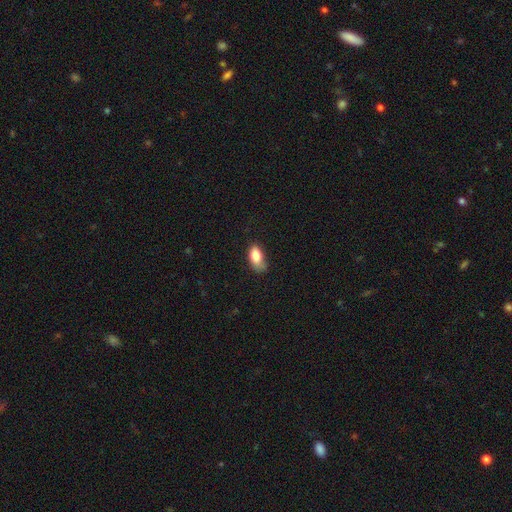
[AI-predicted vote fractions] This appears to be a smooth galaxy with no disk features (82%) that is in between round and cigar-shaped (91%). Merging: none (51%).